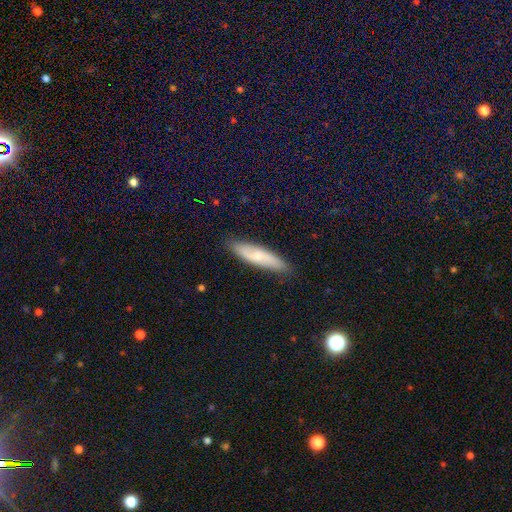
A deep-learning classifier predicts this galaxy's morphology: The model was most divided on "smooth or featured": smooth: 53%, featured or disk: 40%, star or artifact: 7%. More confident: merging — none (85%); how rounded — cigar-shaped (72%).